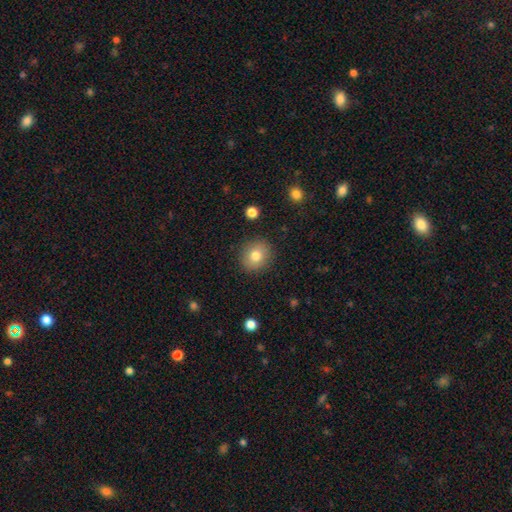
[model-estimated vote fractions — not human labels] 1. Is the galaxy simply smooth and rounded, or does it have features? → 79% smooth, 11% featured or disk, 10% star or artifact.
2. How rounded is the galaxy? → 75% round, 24% in between, 1% cigar-shaped.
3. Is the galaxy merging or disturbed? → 88% none, 8% minor disturbance, 2% major disturbance, 1% merger.